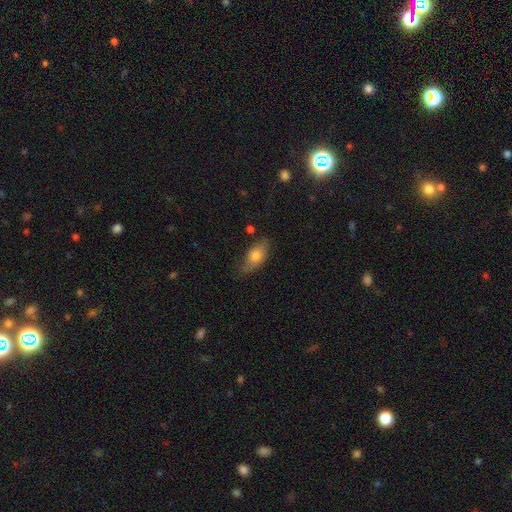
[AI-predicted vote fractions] smooth 70%, featured or disk 23%, star or artifact 7%. Down the decision tree: how rounded — in between (85%); merging — none (65%).